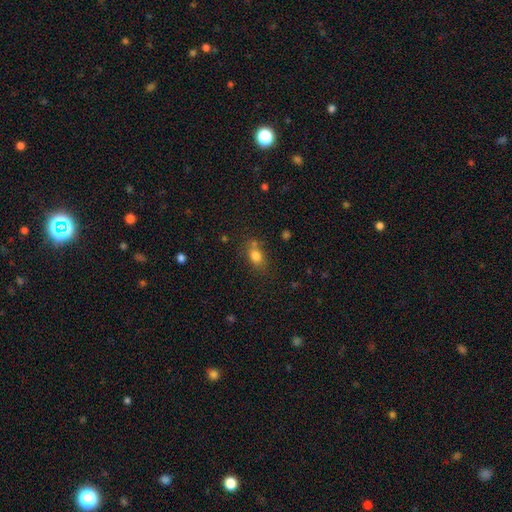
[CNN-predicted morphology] Smooth or featured? Predicted: smooth (p=0.80). How rounded? Predicted: in between (p=0.68). Merging? Predicted: none (p=0.61).